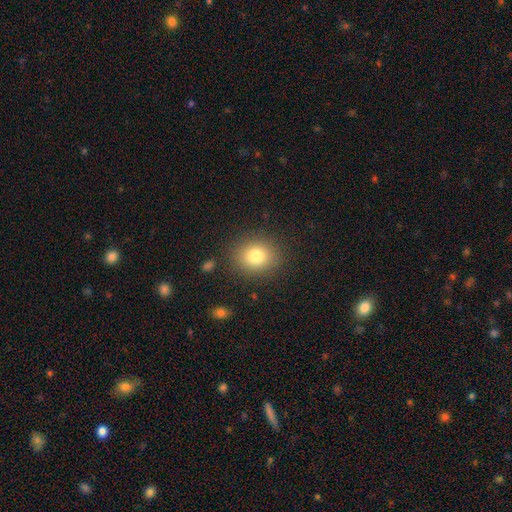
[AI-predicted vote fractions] Overall: smooth (79%). How rounded: round (66%; in between 33%). Merging: none (86%).